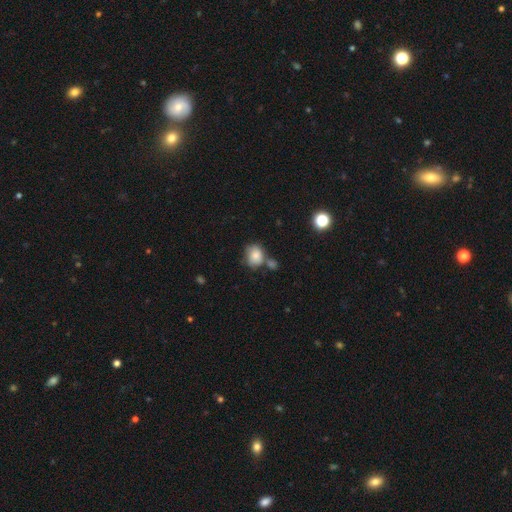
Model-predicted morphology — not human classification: A smooth galaxy with no disk features (80%) that is round (59%). Merging: none (46%).